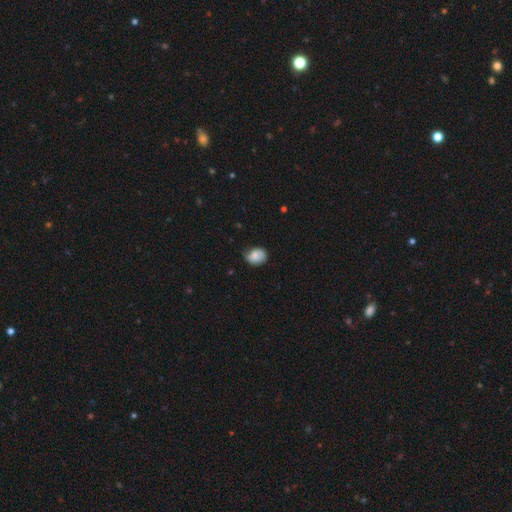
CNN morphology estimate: Q: Smooth or featured?
A: smooth (75%); runner-up: featured or disk (17%)
Q: How rounded?
A: in between (58%); runner-up: round (41%)
Q: Merging?
A: none (60%); runner-up: minor disturbance (32%)